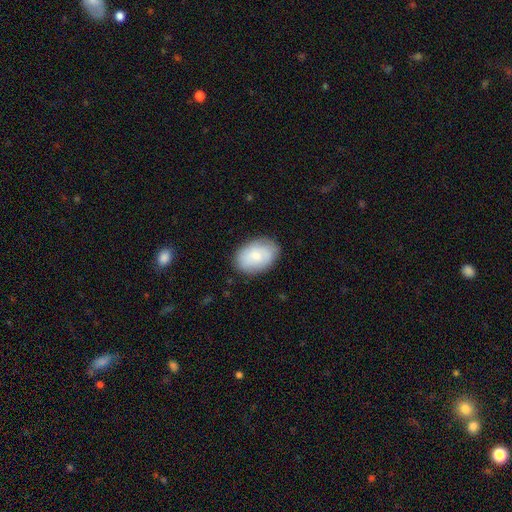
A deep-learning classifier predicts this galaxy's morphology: A smooth galaxy with no disk features (77%) that is in between round and cigar-shaped (85%).

Vote fractions:
- Smooth or featured? smooth: 77% / featured or disk: 17% / star or artifact: 6%
- How rounded? in between: 85% / round: 14% / cigar-shaped: 1%
- Merging? none: 83% / minor disturbance: 13% / major disturbance: 3% / merger: 1%